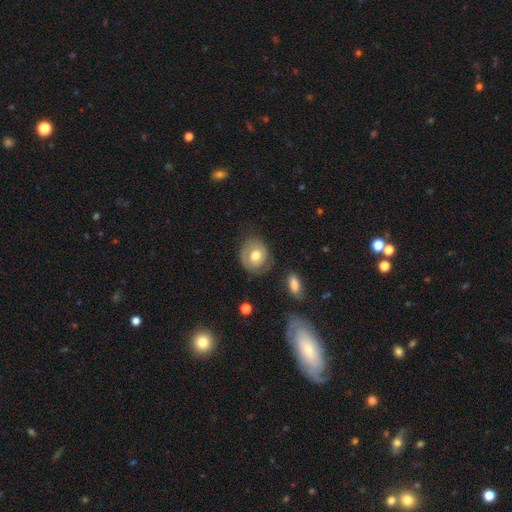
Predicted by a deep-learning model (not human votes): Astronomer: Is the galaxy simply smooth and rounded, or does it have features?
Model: featured or disk — 49% (runner-up: smooth, 45%).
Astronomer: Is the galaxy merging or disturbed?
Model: none — 70%.